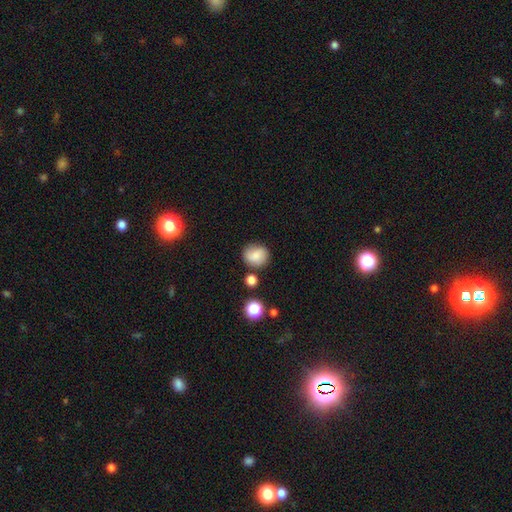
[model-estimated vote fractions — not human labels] Smooth or featured: smooth — 80% (featured or disk — 10%)
How rounded: round — 79% (in between — 20%)
Merging: none — 74% (minor disturbance — 15%)